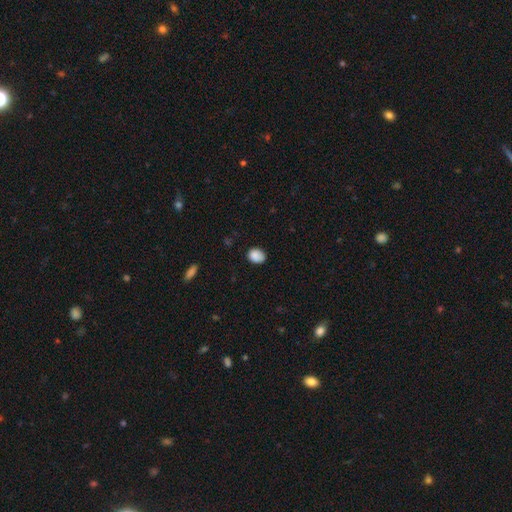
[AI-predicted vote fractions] This appears to be a smooth galaxy with no disk features (87%) that is in between round and cigar-shaped (54%). Merging: none (78%).